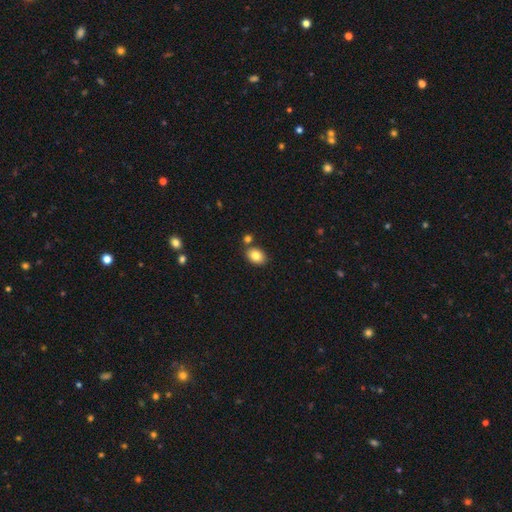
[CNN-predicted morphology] This is clearly a smooth galaxy (83%). How rounded: likely in between (76%). Merging: likely none (78%).